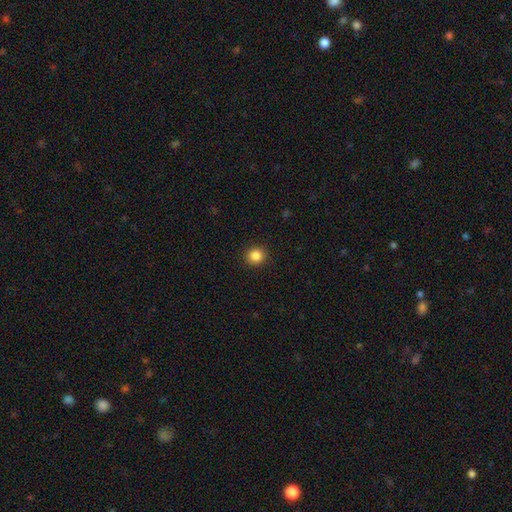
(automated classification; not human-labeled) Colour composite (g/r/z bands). It shows a smooth galaxy with no disk features (86%) that is round (92%). Merging: none (92%).